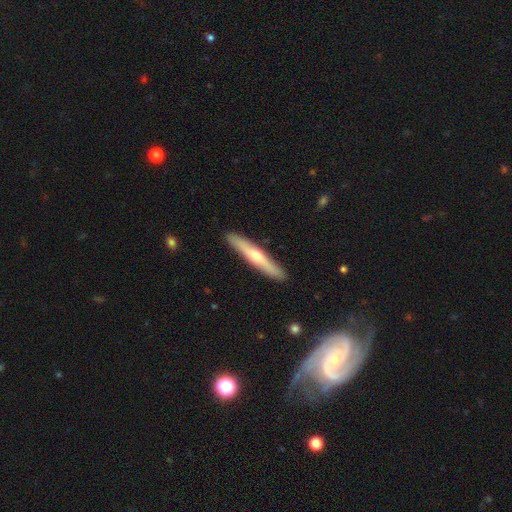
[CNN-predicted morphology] This is possibly a featured or disk galaxy (59%). It is clearly viewed edge-on (93%). Edge-on bulge: clearly rounded (85%). Merging: clearly none (91%).